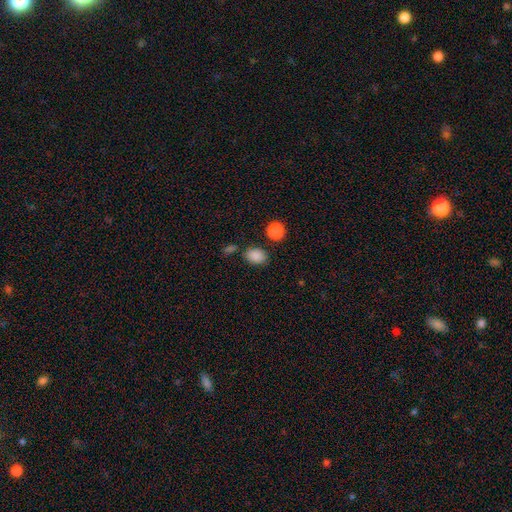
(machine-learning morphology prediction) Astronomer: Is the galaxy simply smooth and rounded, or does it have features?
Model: smooth — 86%.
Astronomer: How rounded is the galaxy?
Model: in between — 73%.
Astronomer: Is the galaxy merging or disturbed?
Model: none — 78%.